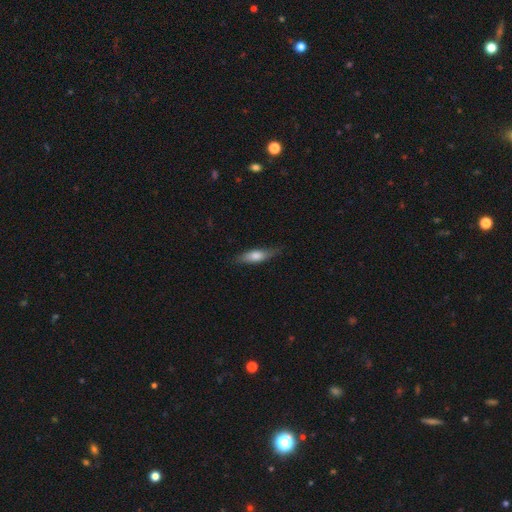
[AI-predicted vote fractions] Smooth or featured? Predicted: smooth (p=0.66). How rounded? Predicted: cigar-shaped (p=0.52). Merging? Predicted: none (p=0.76).